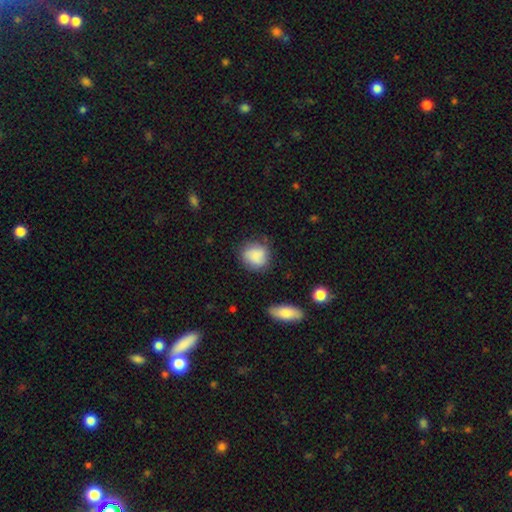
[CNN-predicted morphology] smooth_or_featured: smooth (p=0.81) [alt: featured or disk p=0.11]
how_rounded: round (p=0.75) [alt: in between p=0.23]
merging: none (p=0.71) [alt: minor disturbance p=0.20]